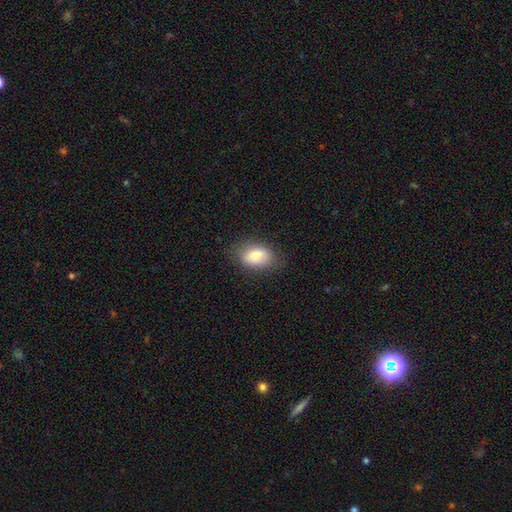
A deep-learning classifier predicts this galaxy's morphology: A smooth galaxy with no disk features (81%) that is in between round and cigar-shaped (87%). Merging: none (76%).